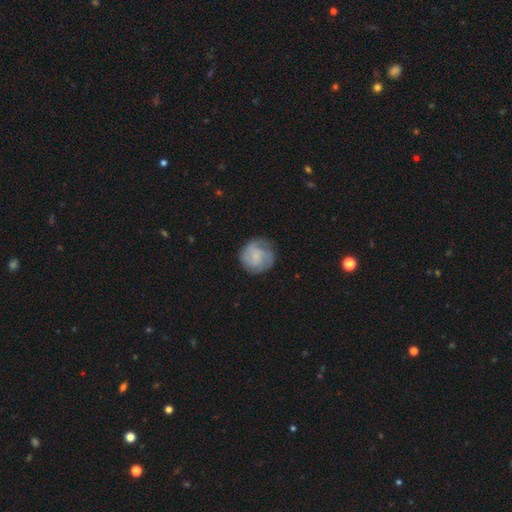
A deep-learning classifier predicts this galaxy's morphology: smooth_or_featured: featured or disk (p=0.55) [alt: smooth p=0.38]
disk_edge_on: no (p=0.98) [alt: yes p=0.02]
bar: no (p=0.68) [alt: weak p=0.27]
has_spiral_arms: yes (p=0.87) [alt: no p=0.13]
bulge_size: small (p=0.40) [alt: none p=0.38]
merging: none (p=0.75) [alt: minor disturbance p=0.17]